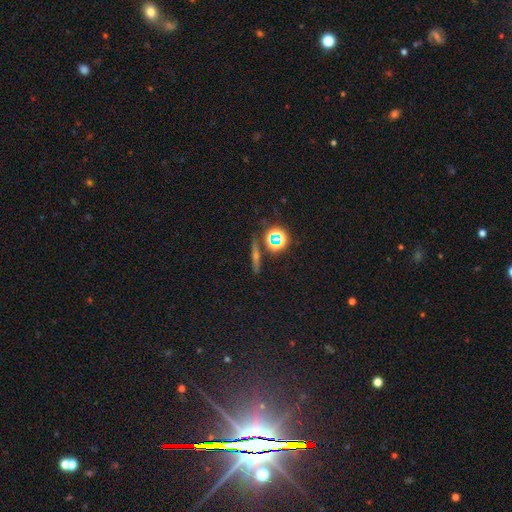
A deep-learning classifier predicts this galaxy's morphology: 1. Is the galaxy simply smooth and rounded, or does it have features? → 43% star or artifact, 29% featured or disk, 28% smooth.